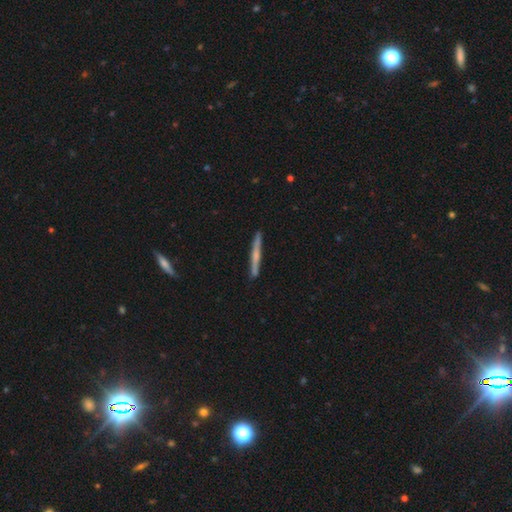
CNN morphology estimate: Smooth or featured: featured or disk — 60% (smooth — 34%)
Edge-on disk: yes — 98% (no — 2%)
Edge-on bulge: rounded — 60% (none — 31%)
Merging: none — 90% (minor disturbance — 7%)